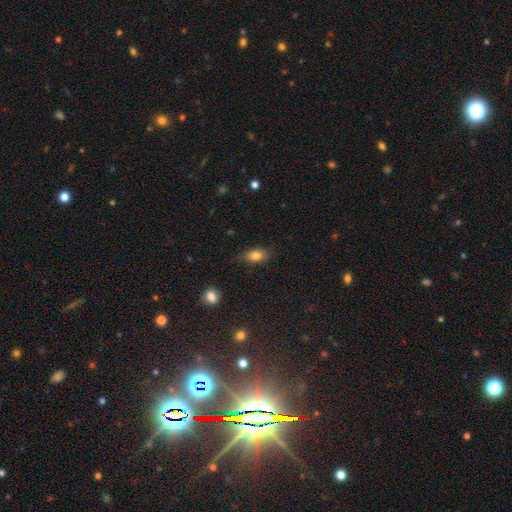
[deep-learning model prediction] A smooth galaxy with no disk features (81%) that is in between round and cigar-shaped (82%). Merging: none (78%).